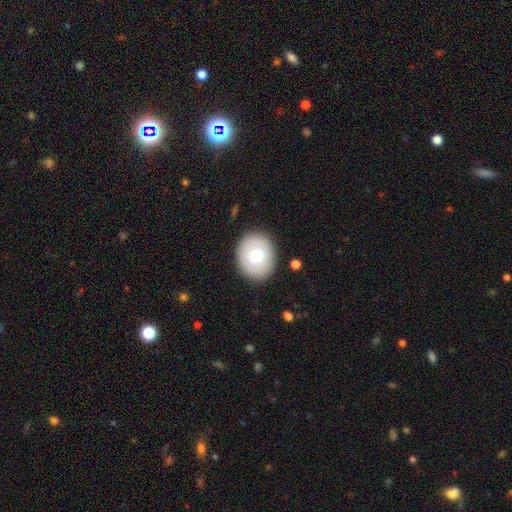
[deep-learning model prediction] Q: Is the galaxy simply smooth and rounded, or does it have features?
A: smooth — 68%.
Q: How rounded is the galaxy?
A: round — 57%.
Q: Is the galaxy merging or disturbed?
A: none — 86%.